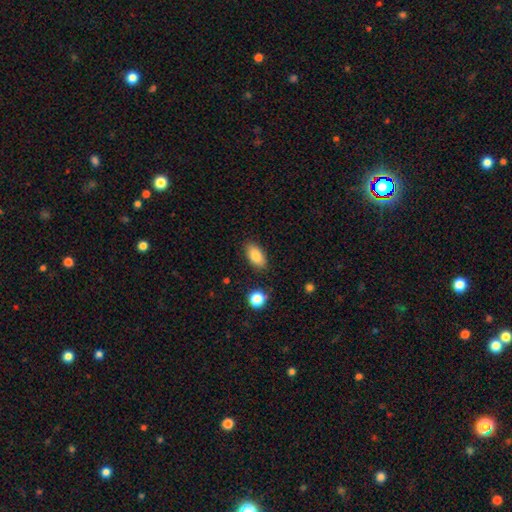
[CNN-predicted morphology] Q: Smooth or featured?
A: smooth (85%); runner-up: star or artifact (8%)
Q: How rounded?
A: in between (91%); runner-up: round (5%)
Q: Merging?
A: none (84%); runner-up: minor disturbance (11%)